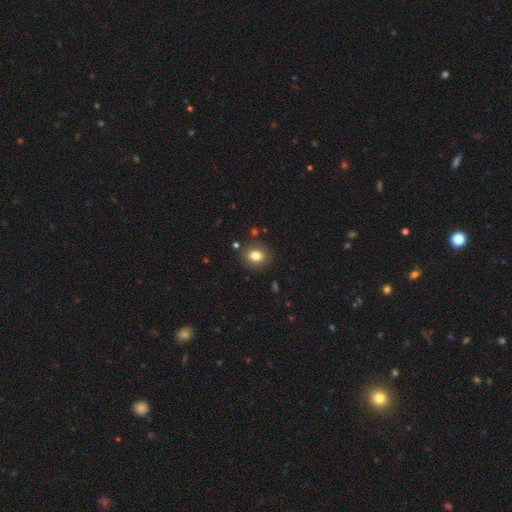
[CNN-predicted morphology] Smooth or featured?
  - smooth: 81% *
  - star or artifact: 10%
  - featured or disk: 8%
How rounded?
  - round: 62% *
  - in between: 38%
  - cigar-shaped: 1%
Merging?
  - none: 86% *
  - minor disturbance: 9%
  - major disturbance: 3%
  - merger: 2%